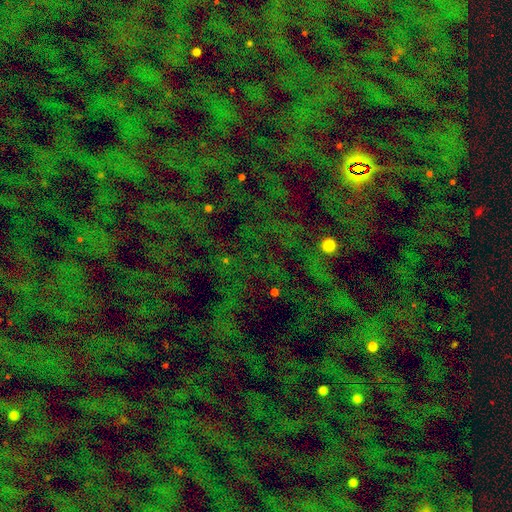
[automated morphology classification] Overall: star or artifact (72%).